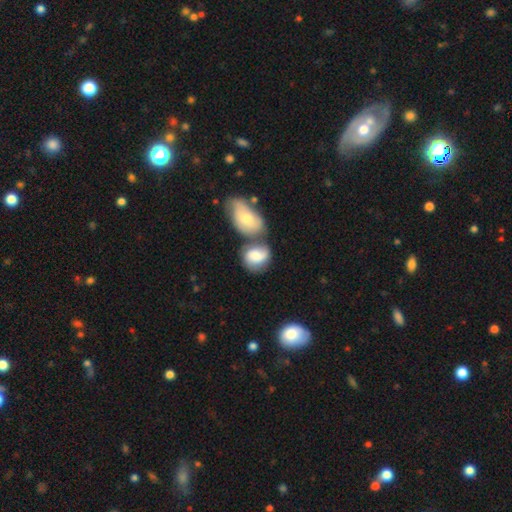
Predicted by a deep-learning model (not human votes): Smooth or featured?
  - smooth: 64% *
  - featured or disk: 29%
  - star or artifact: 7%
How rounded?
  - in between: 53% *
  - round: 45%
  - cigar-shaped: 2%
Merging?
  - merger: 45% *
  - none: 30%
  - minor disturbance: 16%
  - major disturbance: 9%